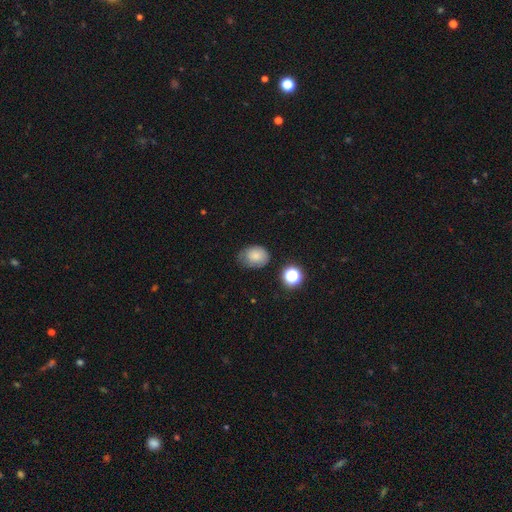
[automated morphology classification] smooth_or_featured: smooth (p=0.79) [alt: star or artifact p=0.11]
how_rounded: in between (p=0.64) [alt: round p=0.35]
merging: none (p=0.56) [alt: minor disturbance p=0.33]